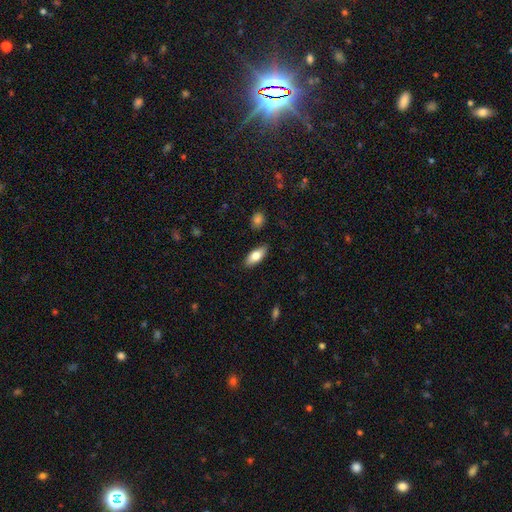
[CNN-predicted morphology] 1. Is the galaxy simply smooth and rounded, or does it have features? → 75% smooth, 18% featured or disk, 6% star or artifact.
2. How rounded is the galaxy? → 82% in between, 16% cigar-shaped, 3% round.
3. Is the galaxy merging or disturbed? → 86% none, 11% minor disturbance, 2% major disturbance, 1% merger.